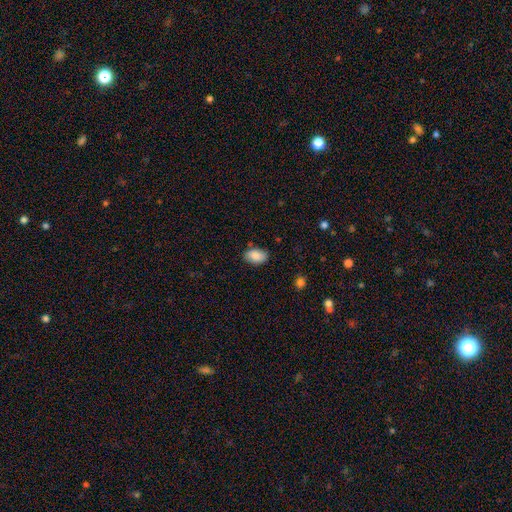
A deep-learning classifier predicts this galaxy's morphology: This is clearly a smooth galaxy (86%). How rounded: clearly in between (90%). Merging: clearly none (82%).